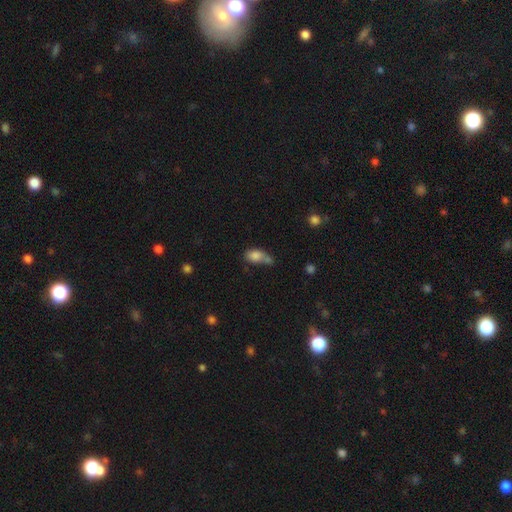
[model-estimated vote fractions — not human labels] Smooth or featured: smooth — 81% (featured or disk — 10%)
How rounded: in between — 83% (round — 13%)
Merging: merger — 36% (none — 32%)